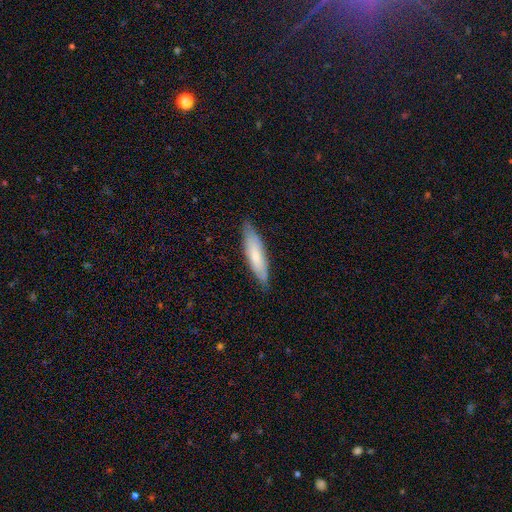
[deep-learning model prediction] The model was most divided on "smooth or featured": smooth: 68%, featured or disk: 26%, star or artifact: 6%. More confident: merging — none (83%); how rounded — cigar-shaped (73%).